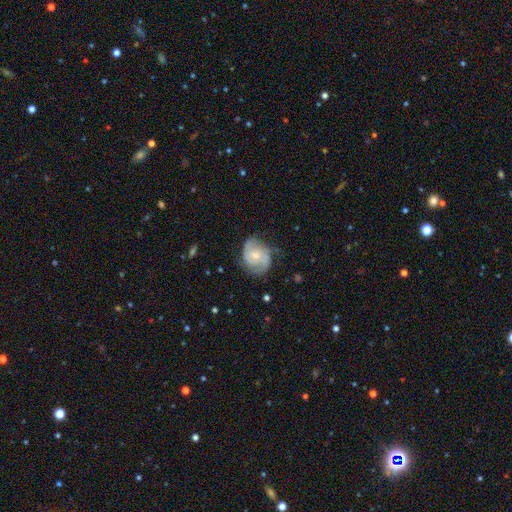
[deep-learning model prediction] Smooth or featured?
  - featured or disk: 63% *
  - smooth: 31%
  - star or artifact: 7%
Edge-on disk?
  - no: 97% *
  - yes: 3%
Bar?
  - no: 62% *
  - weak: 33%
  - strong: 5%
Spiral arms?
  - yes: 82% *
  - no: 18%
Bulge size?
  - moderate: 45% *
  - small: 43%
  - none: 7%
  - large: 4%
  - dominant: 1%
Merging?
  - none: 54% *
  - minor disturbance: 30%
  - major disturbance: 14%
  - merger: 2%